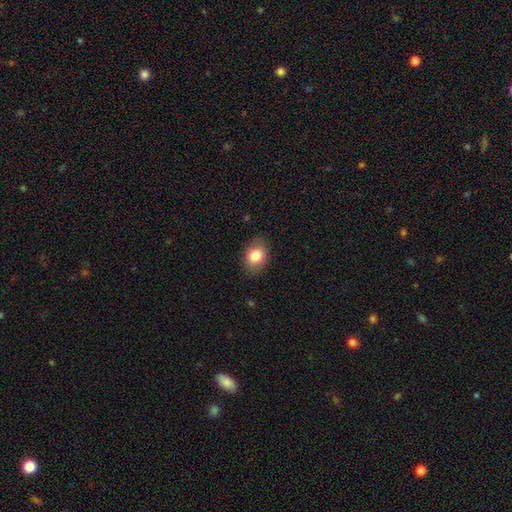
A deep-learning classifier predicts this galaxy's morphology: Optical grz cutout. It shows a smooth galaxy with no disk features (82%) that is in between round and cigar-shaped (74%). Merging: none (83%).